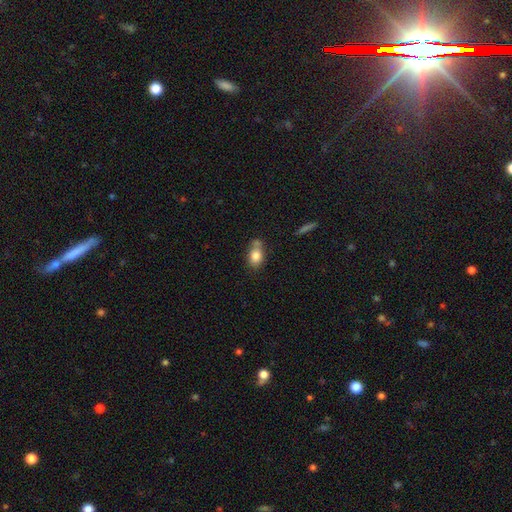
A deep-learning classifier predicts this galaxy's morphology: This appears to be a smooth galaxy with no disk features (81%) that is in between round and cigar-shaped (71%). Merging: none (53%).